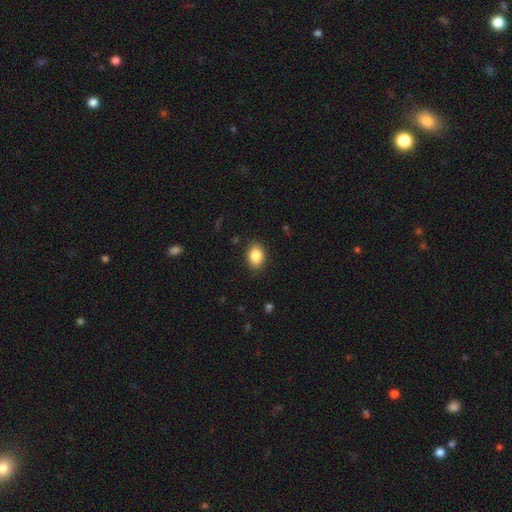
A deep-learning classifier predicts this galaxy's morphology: A smooth galaxy with no disk features (86%) that is in between round and cigar-shaped (71%). Merging: none (87%).